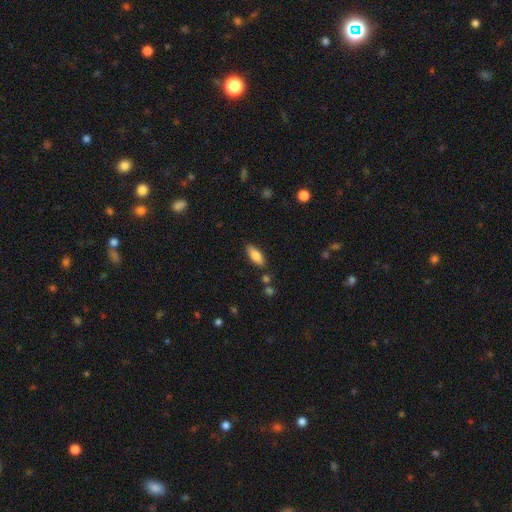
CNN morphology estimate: A smooth galaxy with no disk features (80%) that is in between round and cigar-shaped (71%). Merging: none (84%).